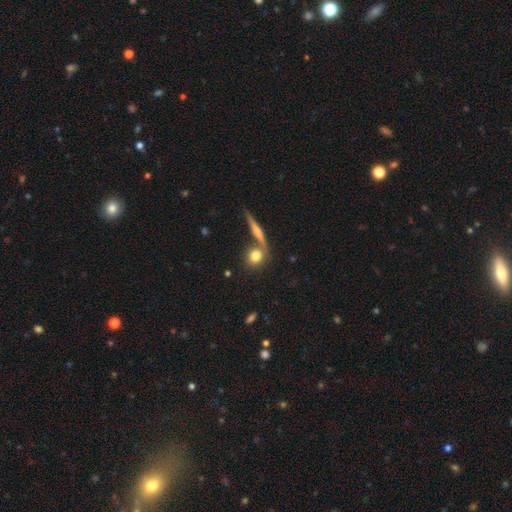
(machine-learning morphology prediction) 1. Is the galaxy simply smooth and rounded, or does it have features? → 74% smooth, 17% featured or disk, 9% star or artifact.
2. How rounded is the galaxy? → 80% round, 15% in between, 6% cigar-shaped.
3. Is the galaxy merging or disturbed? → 64% none, 22% merger, 10% minor disturbance, 4% major disturbance.